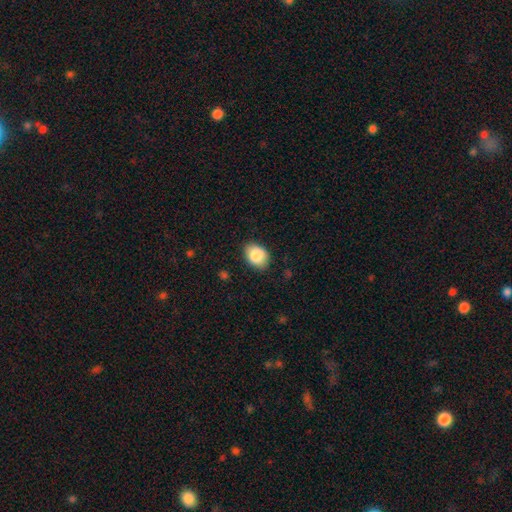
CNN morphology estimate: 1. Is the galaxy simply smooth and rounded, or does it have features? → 87% smooth, 7% star or artifact, 6% featured or disk.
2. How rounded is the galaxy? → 77% in between, 22% round, 1% cigar-shaped.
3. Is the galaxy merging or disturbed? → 85% none, 12% minor disturbance, 2% major disturbance, 1% merger.